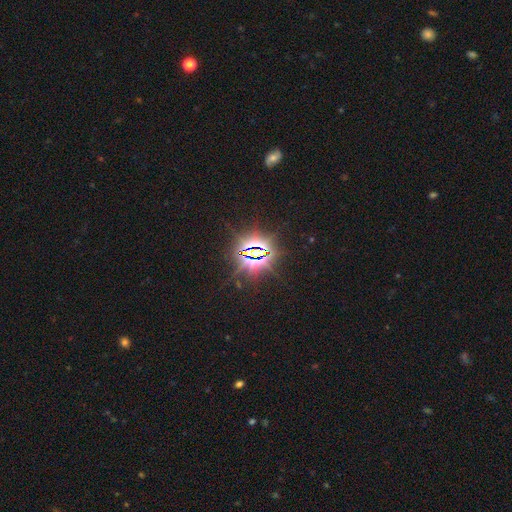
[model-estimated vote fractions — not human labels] smooth-or-featured: star or artifact: 85% | smooth: 8% | featured or disk: 7%